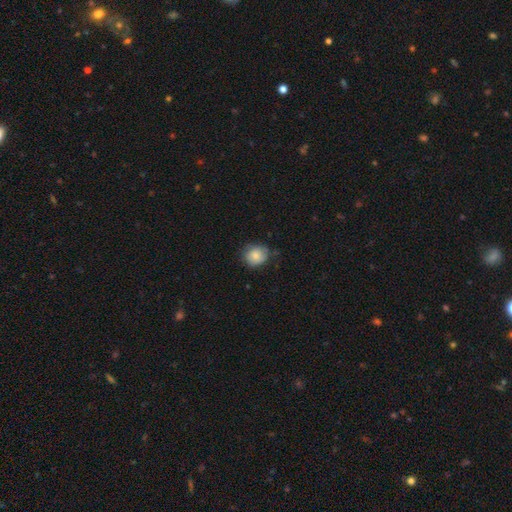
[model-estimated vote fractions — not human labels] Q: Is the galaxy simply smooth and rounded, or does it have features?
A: smooth — 84%.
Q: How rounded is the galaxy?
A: round — 78%.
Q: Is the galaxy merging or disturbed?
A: none — 72%.